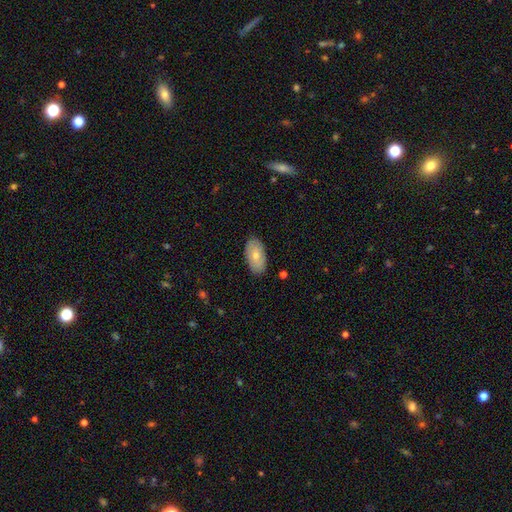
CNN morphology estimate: Smooth or featured? smooth (70%)
How rounded? in between (94%)
Merging? none (86%)